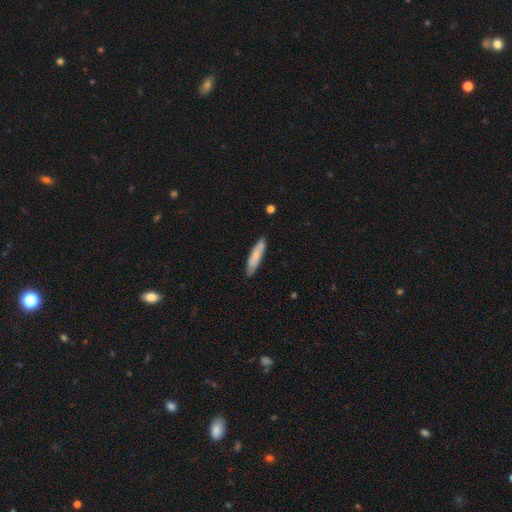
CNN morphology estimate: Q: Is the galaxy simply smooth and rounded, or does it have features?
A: smooth — 72%.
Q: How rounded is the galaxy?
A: cigar-shaped — 82%.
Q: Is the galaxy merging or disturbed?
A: none — 84%.